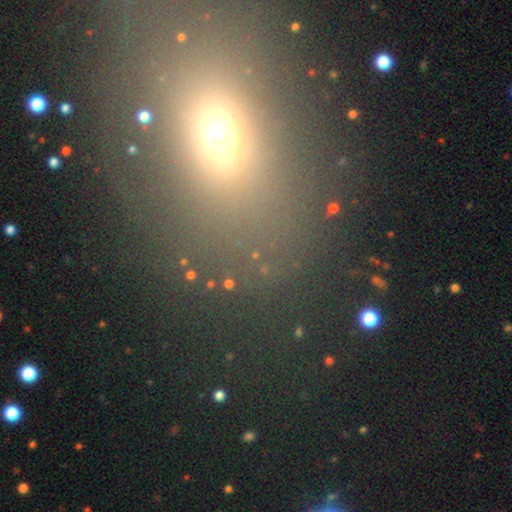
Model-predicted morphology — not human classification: smooth-or-featured: star or artifact: 60% | smooth: 29% | featured or disk: 11%